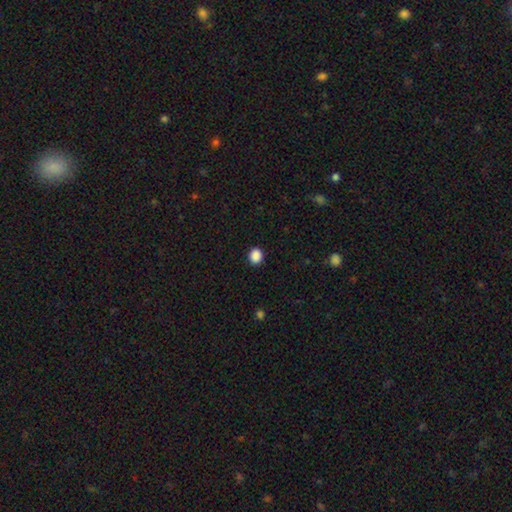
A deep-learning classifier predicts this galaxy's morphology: The model was most divided on "how rounded": round: 67%, in between: 32%, cigar-shaped: 1%. More confident: merging — none (90%); smooth or featured — smooth (89%).